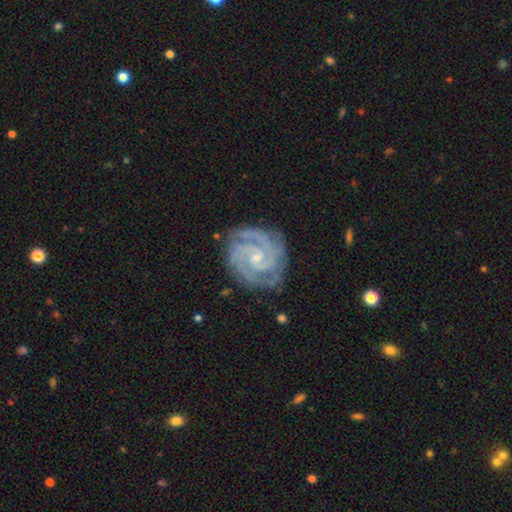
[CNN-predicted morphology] Smooth or featured?
  - featured or disk: 93% *
  - star or artifact: 4%
  - smooth: 3%
Edge-on disk?
  - no: 98% *
  - yes: 2%
Bar?
  - no: 55% *
  - weak: 34%
  - strong: 11%
Spiral arms?
  - yes: 99% *
  - no: 1%
Spiral winding?
  - tight: 76% *
  - medium: 22%
  - loose: 2%
Spiral arm count?
  - 2: 38% *
  - 3: 35%
  - 4: 10%
  - can't tell: 7%
  - more than 4: 5%
  - 1: 5%
Bulge size?
  - small: 73% *
  - moderate: 22%
  - none: 3%
  - large: 1%
  - dominant: 1%
Merging?
  - none: 80% *
  - minor disturbance: 15%
  - major disturbance: 4%
  - merger: 1%